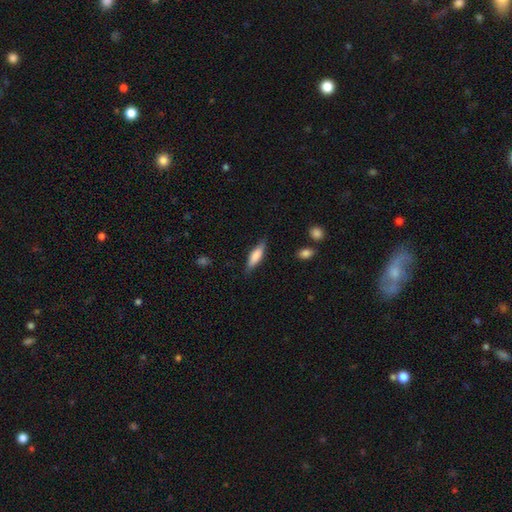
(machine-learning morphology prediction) A smooth galaxy with no disk features (74%) that is cigar-shaped (57%).

Vote fractions:
- Smooth or featured? smooth: 74% / featured or disk: 20% / star or artifact: 6%
- How rounded? cigar-shaped: 57% / in between: 42% / round: 2%
- Merging? none: 80% / minor disturbance: 15% / major disturbance: 3% / merger: 1%